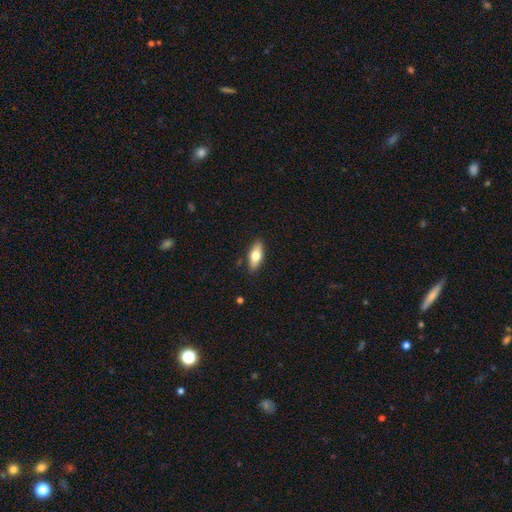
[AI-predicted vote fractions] smooth 68%, featured or disk 25%, star or artifact 6%. Down the decision tree: how rounded — in between (77%); merging — none (86%).